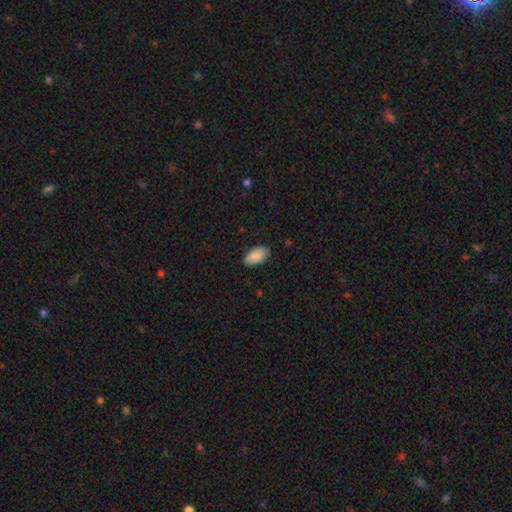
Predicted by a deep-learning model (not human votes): This is clearly a smooth galaxy (89%). How rounded: clearly in between (95%). Merging: clearly none (84%).